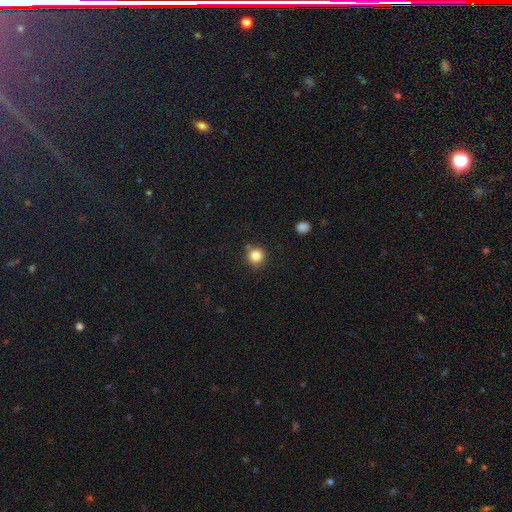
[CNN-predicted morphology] This appears to be a smooth galaxy with no disk features (83%) that is round (92%). Merging: none (80%).